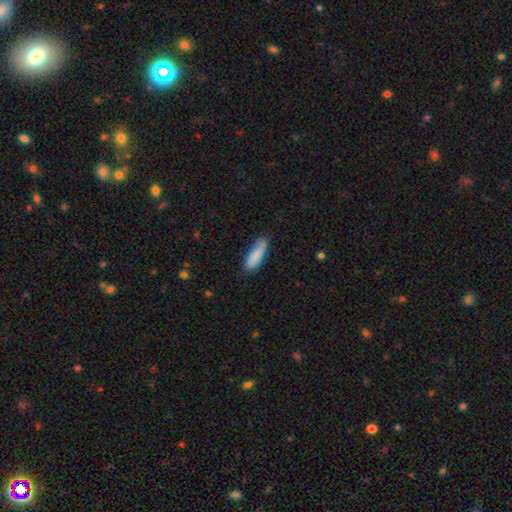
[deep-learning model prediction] Morphology: type=smooth (84%); roundness=in between (49%, tied with cigar-shaped); merging=none (77%).